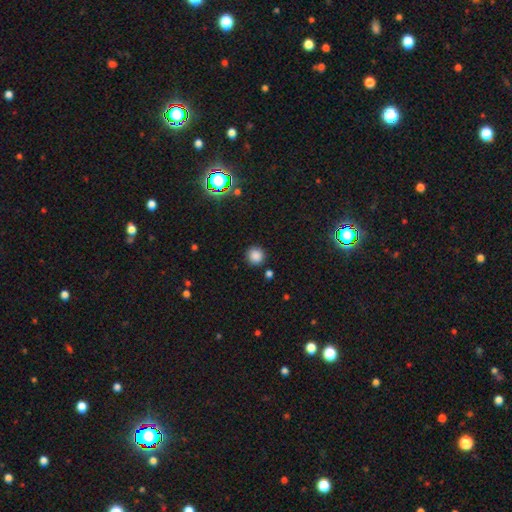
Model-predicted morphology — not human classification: Overall: smooth (83%). How rounded: round (94%). Merging: none (89%).